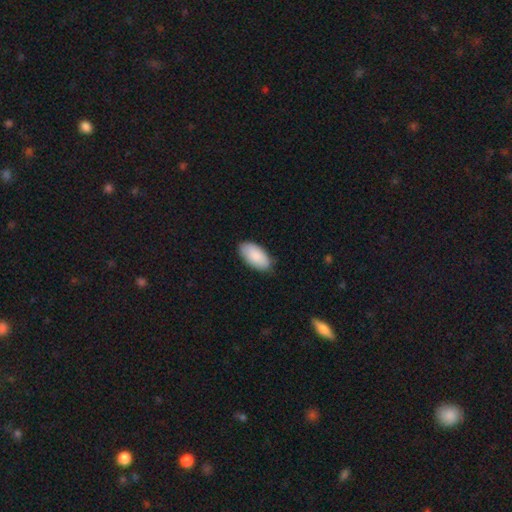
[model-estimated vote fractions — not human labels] Smooth or featured?
  - smooth: 89% *
  - featured or disk: 6%
  - star or artifact: 6%
How rounded?
  - in between: 95% *
  - cigar-shaped: 3%
  - round: 2%
Merging?
  - none: 83% *
  - minor disturbance: 14%
  - major disturbance: 2%
  - merger: 1%